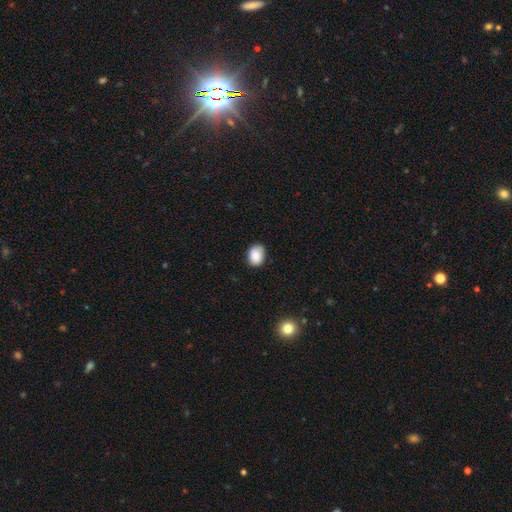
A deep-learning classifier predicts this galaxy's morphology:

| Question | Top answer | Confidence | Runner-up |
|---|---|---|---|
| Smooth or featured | smooth | 86% | star or artifact (8%) |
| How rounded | in between | 63% | round (36%) |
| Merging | none | 82% | minor disturbance (14%) |